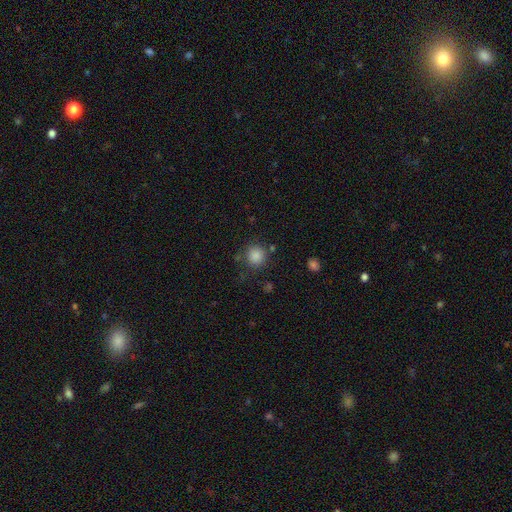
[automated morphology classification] smooth-or-featured: smooth: 85% | star or artifact: 11% | featured or disk: 4%
  how-rounded: round: 90% | in between: 9% | cigar-shaped: 1%
  merging: none: 79% | minor disturbance: 11% | merger: 5% | major disturbance: 4%